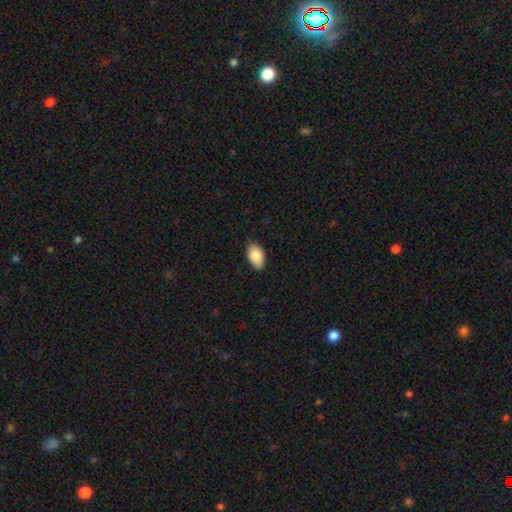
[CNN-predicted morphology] Smooth or featured: smooth — 89% (star or artifact — 6%)
How rounded: in between — 93% (round — 6%)
Merging: none — 86% (minor disturbance — 11%)